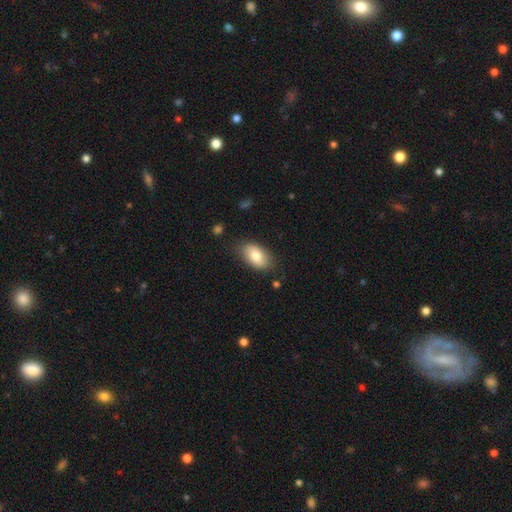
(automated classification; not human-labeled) smooth-or-featured: smooth: 79% | featured or disk: 15% | star or artifact: 6%
  how-rounded: in between: 93% | round: 5% | cigar-shaped: 2%
  merging: none: 80% | minor disturbance: 15% | major disturbance: 3% | merger: 2%